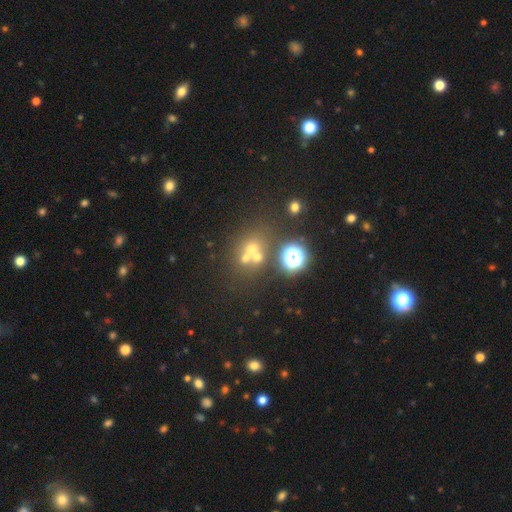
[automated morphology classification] Smooth or featured? smooth (47%)
Merging? none (48%)